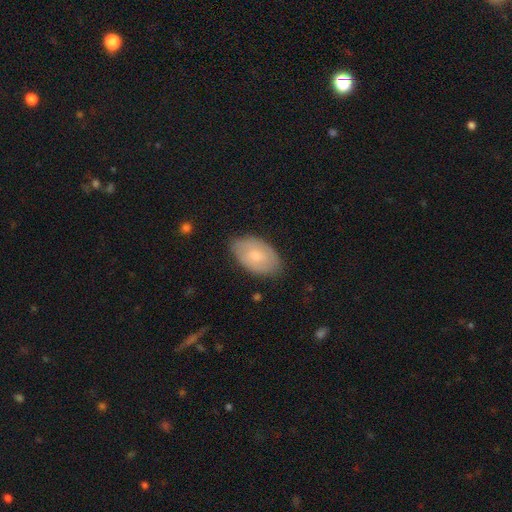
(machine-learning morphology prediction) Q: Smooth or featured?
A: smooth (64%); runner-up: featured or disk (31%)
Q: How rounded?
A: in between (93%); runner-up: round (6%)
Q: Merging?
A: none (76%); runner-up: minor disturbance (19%)